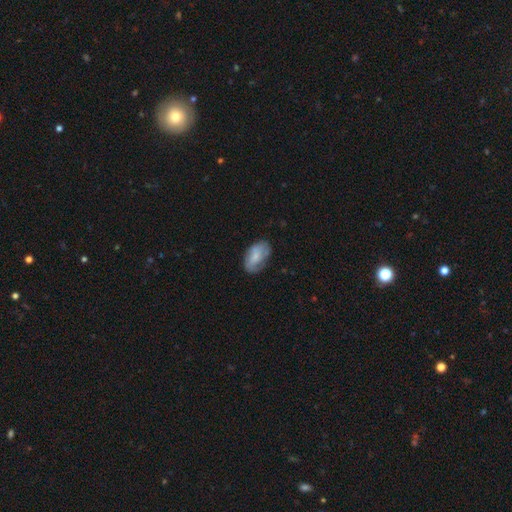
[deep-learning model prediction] This appears to be a smooth galaxy with no disk features (58%) that is in between round and cigar-shaped (92%). Merging: none (62%).